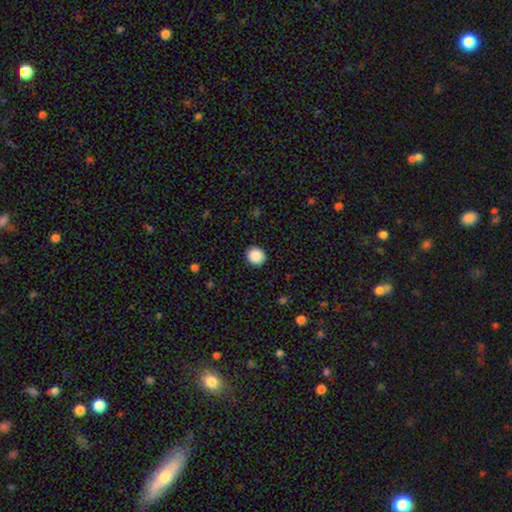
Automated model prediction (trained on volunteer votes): smooth_or_featured: smooth (p=0.89) [alt: star or artifact p=0.08]
how_rounded: round (p=0.87) [alt: in between p=0.12]
merging: none (p=0.92) [alt: minor disturbance p=0.05]